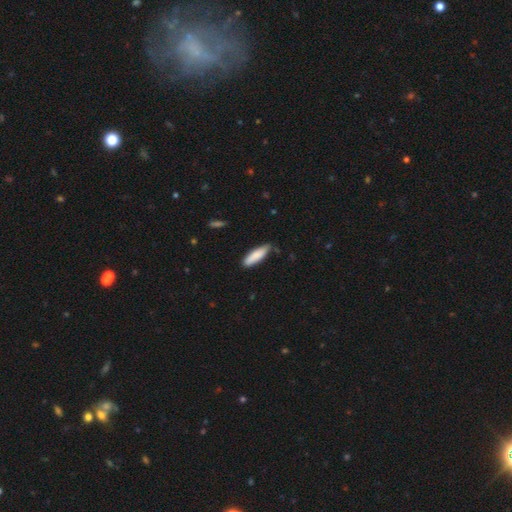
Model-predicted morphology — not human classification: Q: Smooth or featured?
A: smooth (85%); runner-up: featured or disk (9%)
Q: How rounded?
A: cigar-shaped (54%); runner-up: in between (45%)
Q: Merging?
A: none (71%); runner-up: minor disturbance (24%)